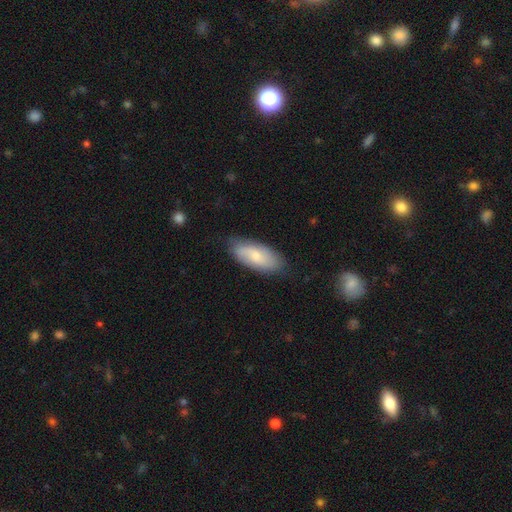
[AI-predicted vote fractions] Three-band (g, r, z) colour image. It shows a smooth galaxy with no disk features (53%) that is in between round and cigar-shaped (83%). Merging: none (79%).